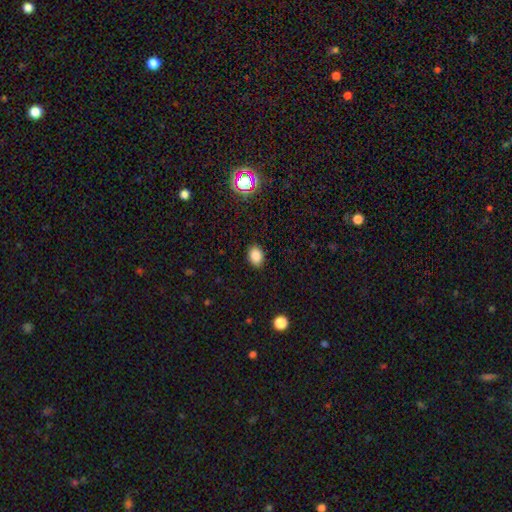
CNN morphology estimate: Smooth or featured? smooth (84%)
How rounded? in between (63%)
Merging? none (88%)